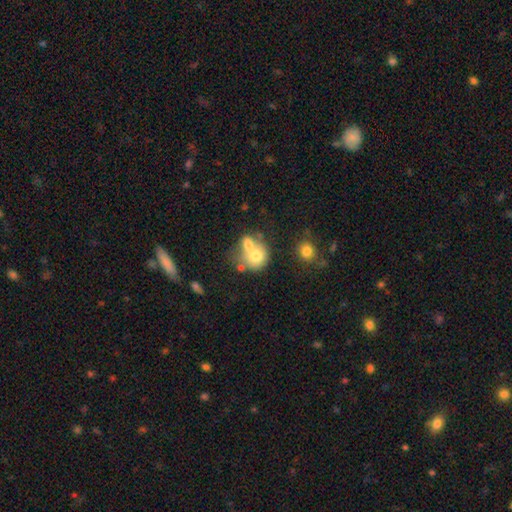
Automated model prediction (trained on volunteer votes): A smooth galaxy with no disk features (66%) that is round (74%). Merging: merger (58%).